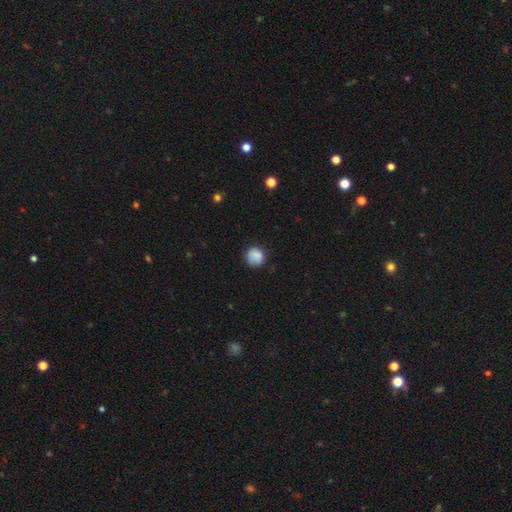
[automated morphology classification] smooth 83%, star or artifact 9%, featured or disk 8%. Down the decision tree: how rounded — round (87%); merging — none (75%).